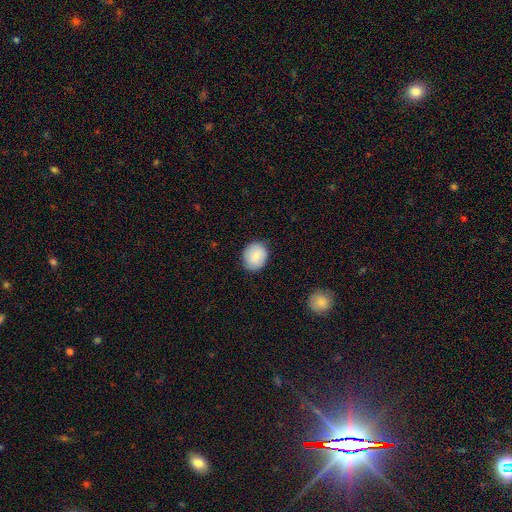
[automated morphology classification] smooth-or-featured: smooth: 85% | featured or disk: 8% | star or artifact: 7%
  how-rounded: round: 69% | in between: 30% | cigar-shaped: 1%
  merging: none: 86% | minor disturbance: 11% | major disturbance: 2% | merger: 1%